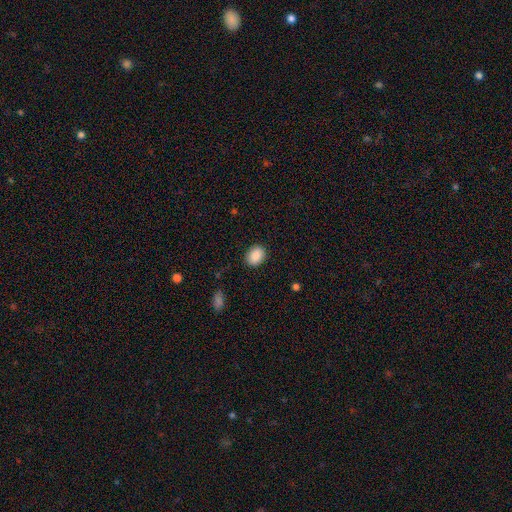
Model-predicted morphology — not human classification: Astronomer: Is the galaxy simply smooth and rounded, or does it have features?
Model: smooth — 89%.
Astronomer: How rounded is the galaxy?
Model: in between — 60% (runner-up: round, 39%).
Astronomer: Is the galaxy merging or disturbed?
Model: none — 88%.